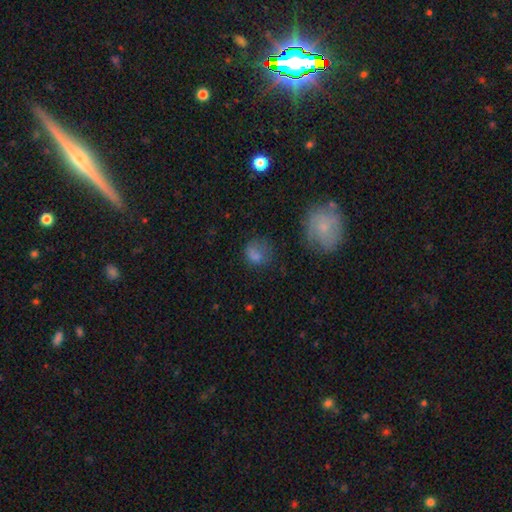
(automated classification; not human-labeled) Morphology: type=smooth (66%); roundness=round (73%); merging=none (58%).